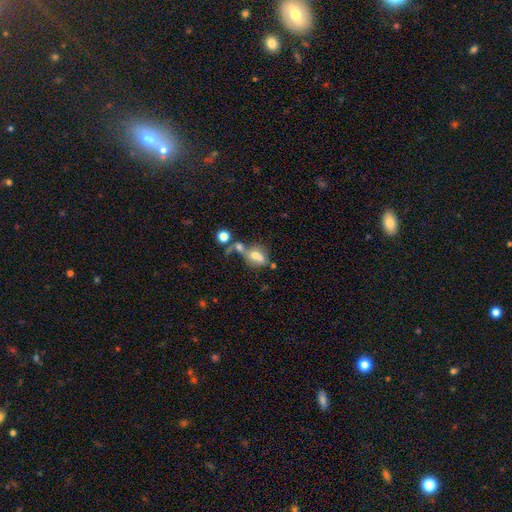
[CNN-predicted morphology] Smooth or featured: smooth — 59% (featured or disk — 28%)
How rounded: in between — 61% (round — 35%)
Merging: merger — 45% (none — 28%)